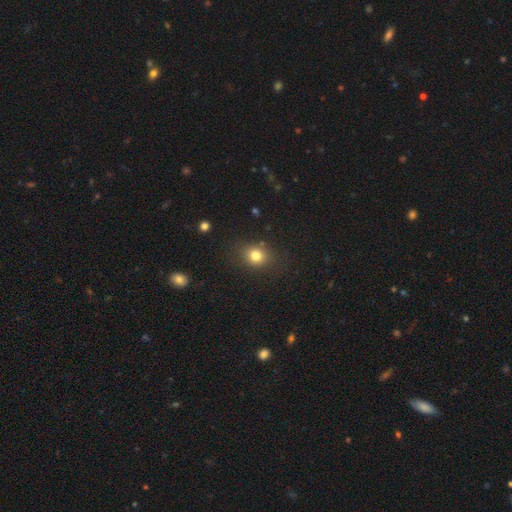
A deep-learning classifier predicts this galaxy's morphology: Q: Smooth or featured?
A: smooth (80%); runner-up: star or artifact (13%)
Q: How rounded?
A: round (64%); runner-up: in between (35%)
Q: Merging?
A: none (81%); runner-up: minor disturbance (12%)